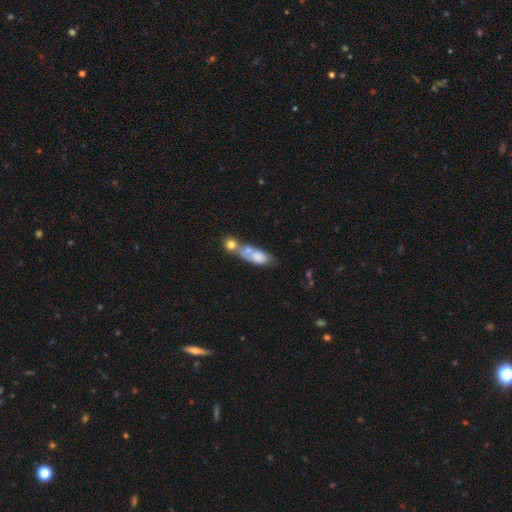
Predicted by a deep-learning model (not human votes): Morphology: type=smooth (63%); roundness=in between (62%); merging=merger (53%).